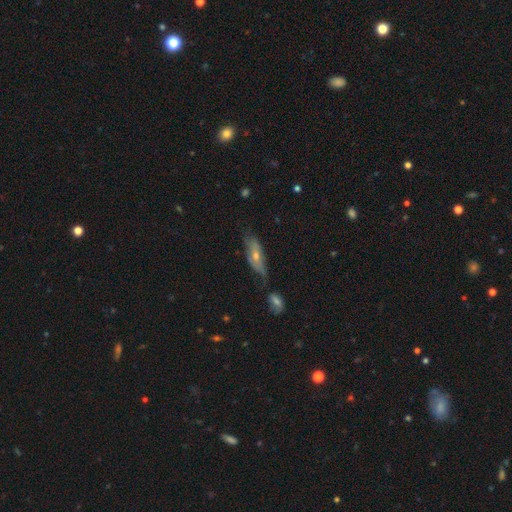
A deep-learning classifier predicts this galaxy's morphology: smooth_or_featured: featured or disk (p=0.53) [alt: smooth p=0.37]
disk_edge_on: no (p=0.57) [alt: yes p=0.43]
merging: none (p=0.58) [alt: minor disturbance p=0.24]